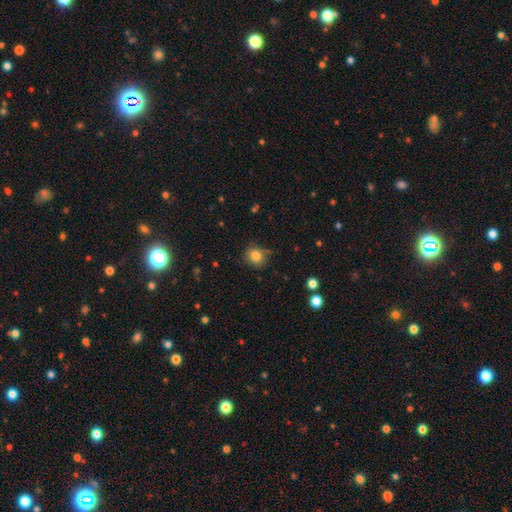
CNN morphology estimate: This is clearly a smooth galaxy (83%). How rounded: clearly round (81%). Merging: likely none (78%).